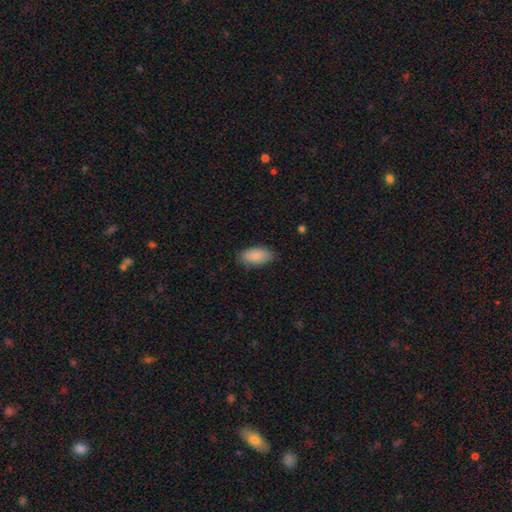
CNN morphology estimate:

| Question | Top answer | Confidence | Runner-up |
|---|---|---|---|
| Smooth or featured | smooth | 88% | star or artifact (6%) |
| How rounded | in between | 93% | cigar-shaped (5%) |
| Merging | none | 83% | minor disturbance (13%) |